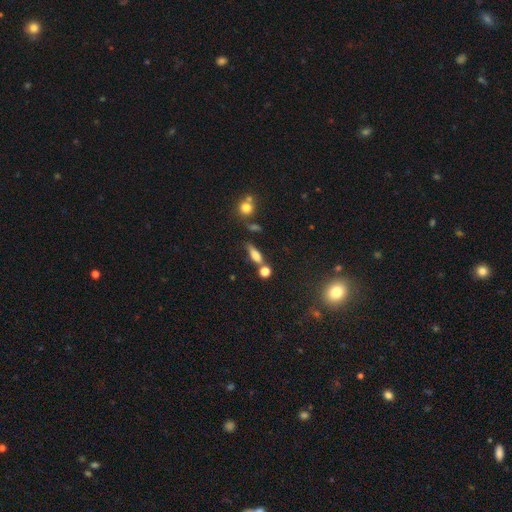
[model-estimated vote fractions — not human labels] Overall: smooth (65%). How rounded: in between (48%; cigar-shaped 43%). Merging: none (56%; merger 22%).